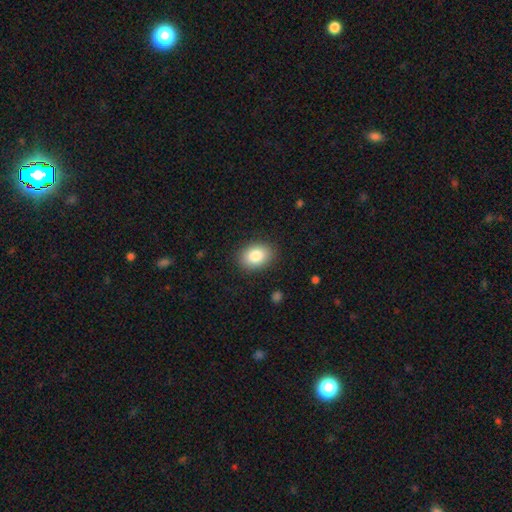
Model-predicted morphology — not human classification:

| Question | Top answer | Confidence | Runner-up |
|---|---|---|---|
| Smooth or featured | smooth | 85% | star or artifact (8%) |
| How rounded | in between | 70% | round (29%) |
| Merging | none | 88% | minor disturbance (8%) |